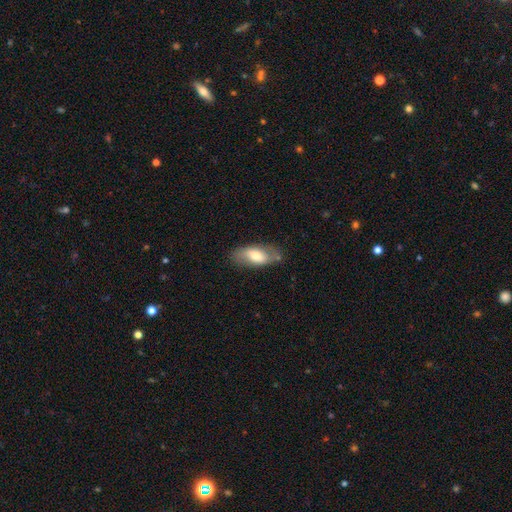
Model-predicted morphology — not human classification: This appears to be a smooth galaxy with no disk features (60%) that is in between round and cigar-shaped (86%). Merging: none (71%).